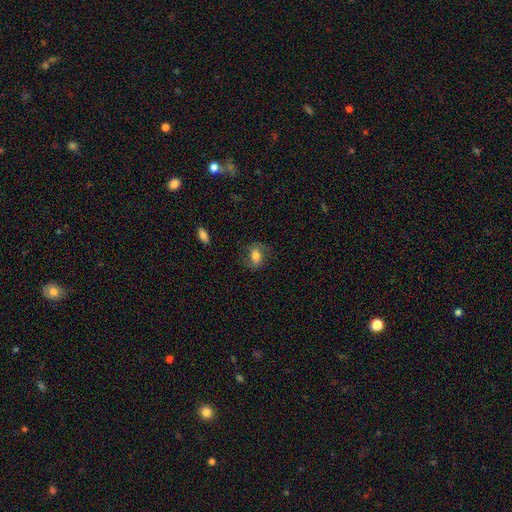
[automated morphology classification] This appears to be a smooth galaxy with no disk features (57%) that is in between round and cigar-shaped (66%). Merging: none (71%).